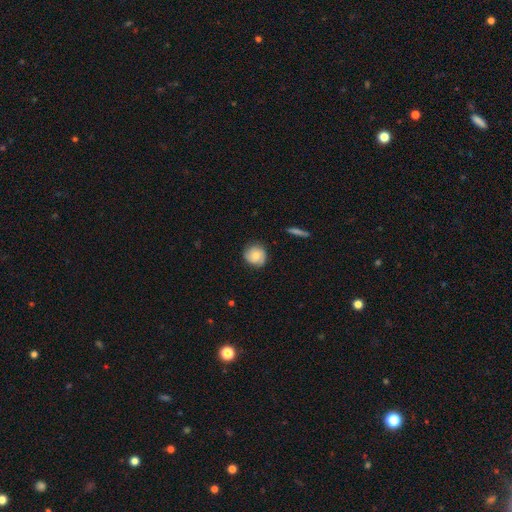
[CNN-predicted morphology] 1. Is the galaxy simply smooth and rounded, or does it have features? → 69% smooth, 23% featured or disk, 7% star or artifact.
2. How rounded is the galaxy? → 89% round, 10% in between, 1% cigar-shaped.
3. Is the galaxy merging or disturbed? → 80% none, 16% minor disturbance, 3% major disturbance, 1% merger.